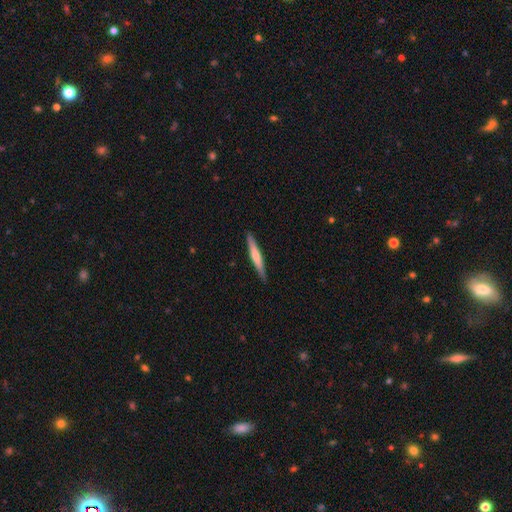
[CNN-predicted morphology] Q: Smooth or featured?
A: smooth (53%); runner-up: featured or disk (42%)
Q: How rounded?
A: cigar-shaped (95%); runner-up: in between (4%)
Q: Merging?
A: none (90%); runner-up: minor disturbance (7%)